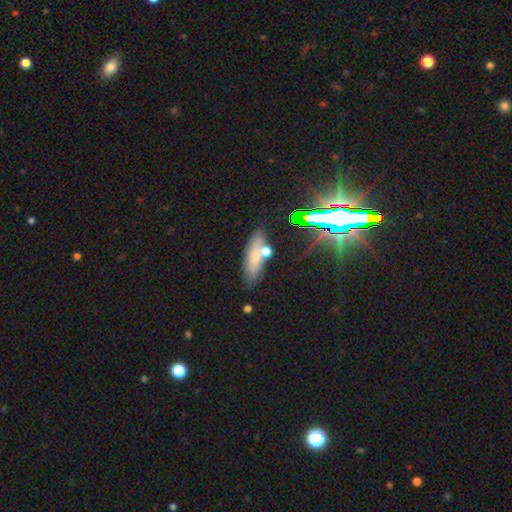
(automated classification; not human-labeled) Smooth or featured? Predicted: smooth (p=0.63). How rounded? Predicted: in between (p=0.57). Merging? Predicted: none (p=0.69).